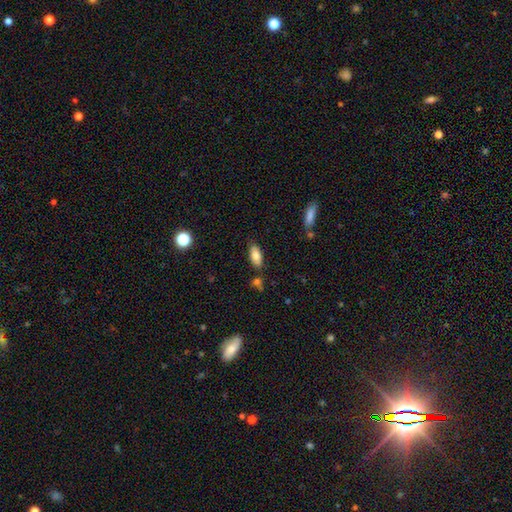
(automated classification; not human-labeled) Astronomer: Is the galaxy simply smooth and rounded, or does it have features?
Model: smooth — 80%.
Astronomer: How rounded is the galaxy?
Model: in between — 87%.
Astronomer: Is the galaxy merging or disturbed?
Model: none — 78%.